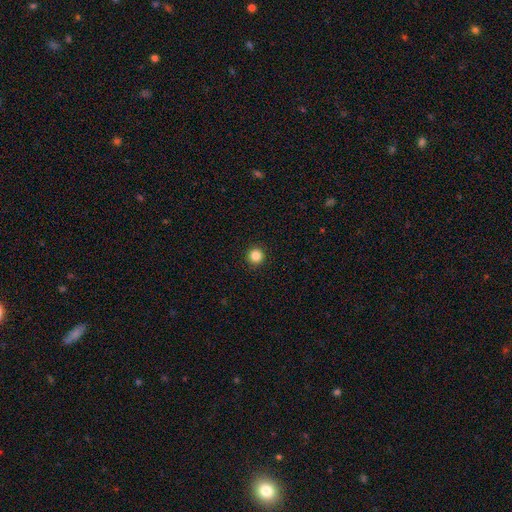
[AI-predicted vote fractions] smooth_or_featured: smooth (p=0.86) [alt: star or artifact p=0.11]
how_rounded: round (p=0.96) [alt: in between p=0.03]
merging: none (p=0.93) [alt: minor disturbance p=0.04]